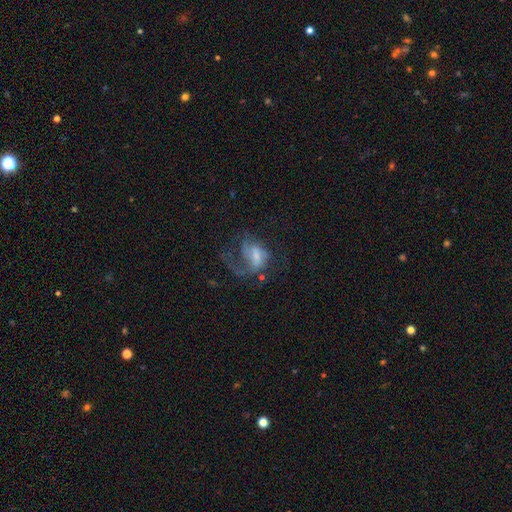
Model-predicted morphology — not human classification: smooth_or_featured: featured or disk (p=0.66) [alt: smooth p=0.24]
disk_edge_on: no (p=0.97) [alt: yes p=0.03]
bar: weak (p=0.45) [alt: no p=0.38]
has_spiral_arms: yes (p=0.80) [alt: no p=0.20]
spiral_winding: loose (p=0.48) [alt: medium p=0.39]
spiral_arm_count: 1 (p=0.45) [alt: 2 p=0.26]
bulge_size: small (p=0.34) [tied with: moderate p=0.34]
merging: major disturbance (p=0.52) [alt: none p=0.29]